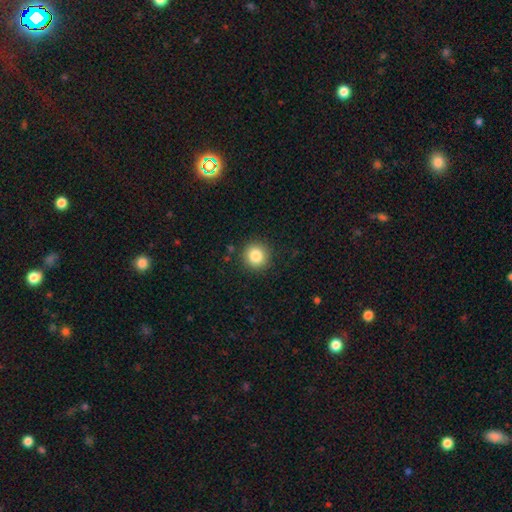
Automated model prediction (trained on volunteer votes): smooth-or-featured: smooth: 84% | star or artifact: 10% | featured or disk: 6%
  how-rounded: round: 93% | in between: 6% | cigar-shaped: 1%
  merging: none: 90% | minor disturbance: 7% | major disturbance: 2% | merger: 1%